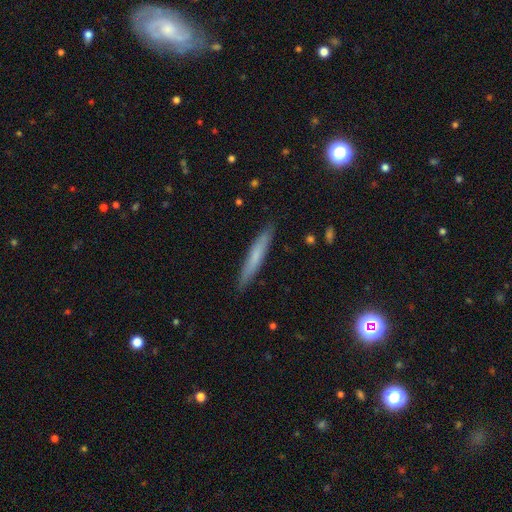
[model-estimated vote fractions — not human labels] Q: Smooth or featured?
A: smooth (63%); runner-up: featured or disk (30%)
Q: How rounded?
A: cigar-shaped (95%); runner-up: in between (4%)
Q: Merging?
A: none (89%); runner-up: minor disturbance (8%)